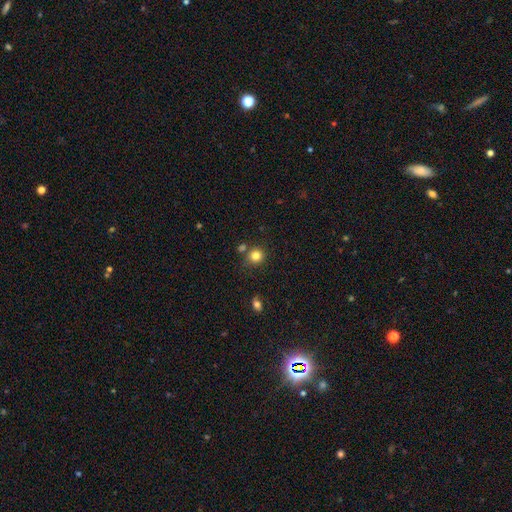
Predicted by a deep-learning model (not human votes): This is clearly a smooth galaxy (82%). How rounded: clearly round (89%). Merging: likely none (75%).